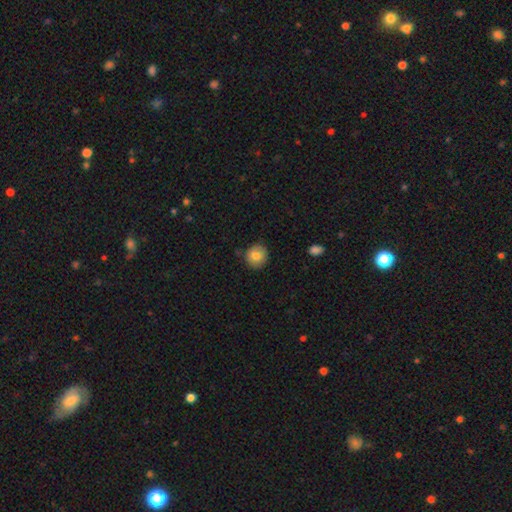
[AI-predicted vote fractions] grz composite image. It shows a smooth galaxy with no disk features (81%) that is round (88%). Merging: none (83%).